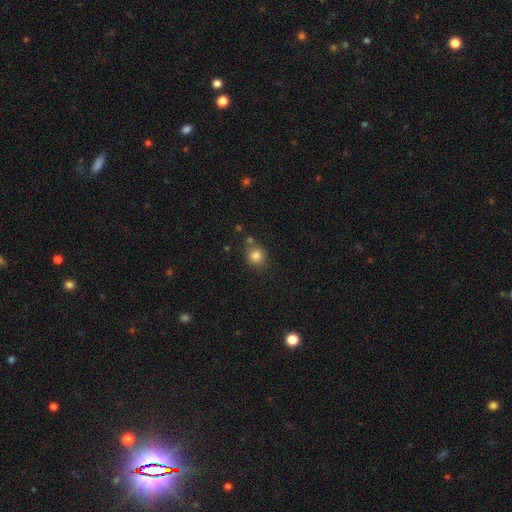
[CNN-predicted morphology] This is clearly a smooth galaxy (83%). How rounded: clearly round (84%). Merging: likely none (72%).